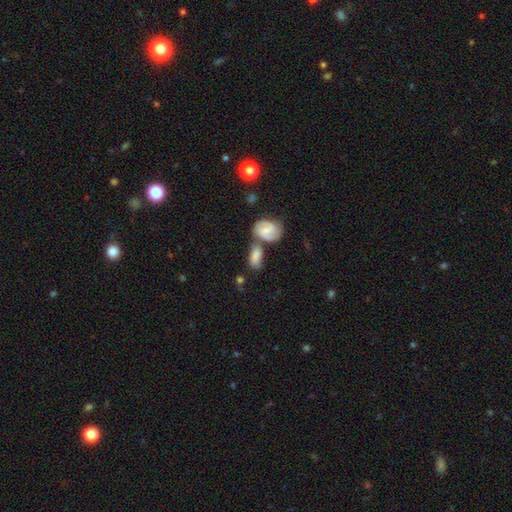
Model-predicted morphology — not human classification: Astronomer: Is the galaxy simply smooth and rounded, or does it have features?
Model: smooth — 63%.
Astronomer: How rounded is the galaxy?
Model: in between — 85%.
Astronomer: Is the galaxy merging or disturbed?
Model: merger — 47% (runner-up: none, 34%).